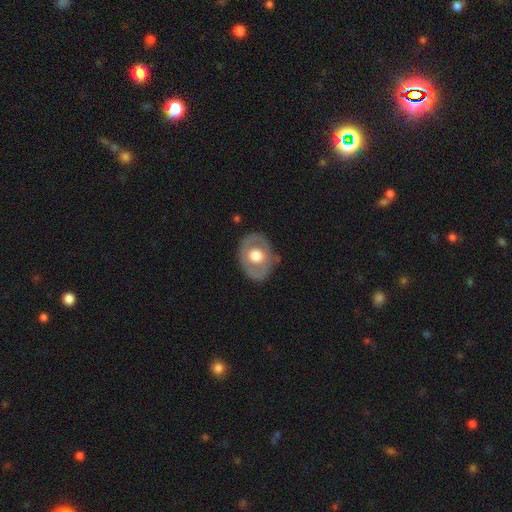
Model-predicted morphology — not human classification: This appears to be a featured or disk galaxy (50%). Merging: none (75%).